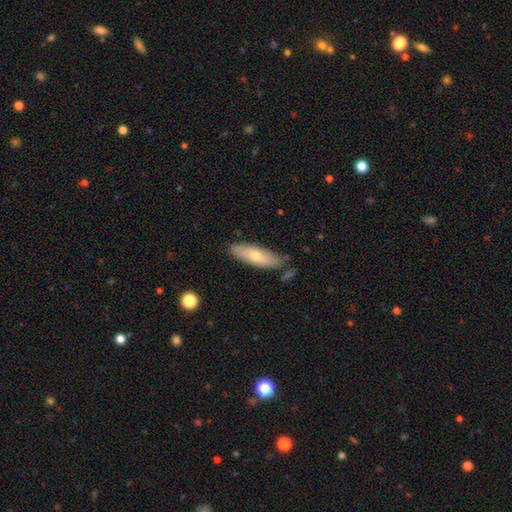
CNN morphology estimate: Overall: smooth (63%; featured or disk 30%). How rounded: cigar-shaped (53%; in between 44%). Merging: none (78%).